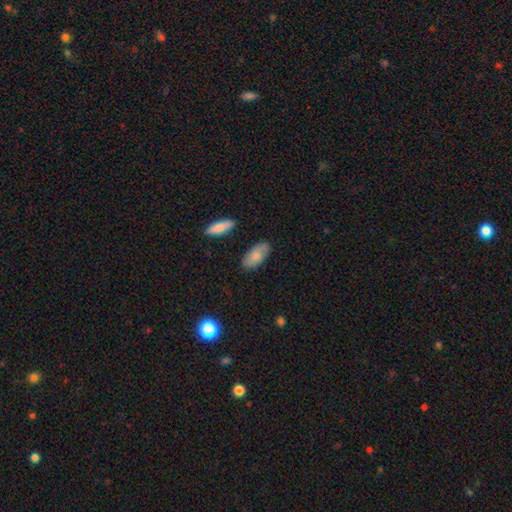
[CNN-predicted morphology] type=smooth (76%); roundness=in between (92%); merging=none (81%).